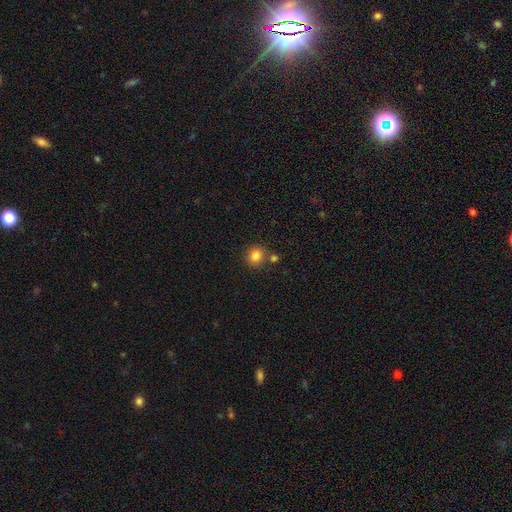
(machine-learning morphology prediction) smooth 84%, star or artifact 11%, featured or disk 5%. Down the decision tree: how rounded — round (89%); merging — none (77%).